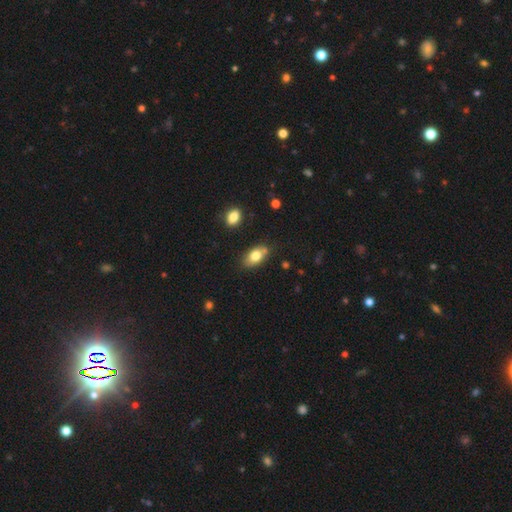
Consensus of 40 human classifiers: smooth-or-featured: smooth: 68% | featured or disk: 22% | star or artifact: 10%
  how-rounded: in between: 93% | round: 7% | cigar-shaped: 0%
  merging: none: 81% | minor disturbance: 14% | major disturbance: 3% | merger: 3%